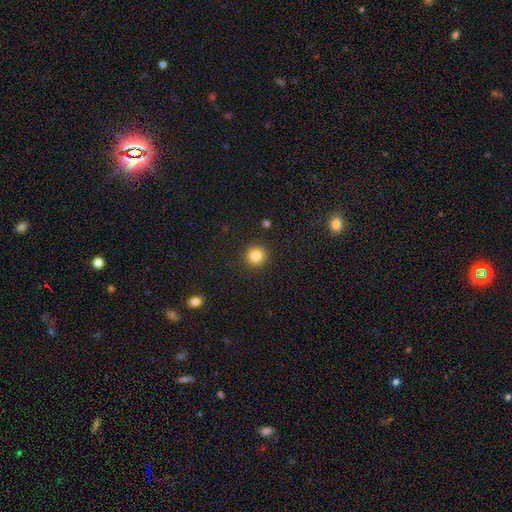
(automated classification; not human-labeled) A smooth galaxy with no disk features (84%) that is round (94%). Merging: none (91%).